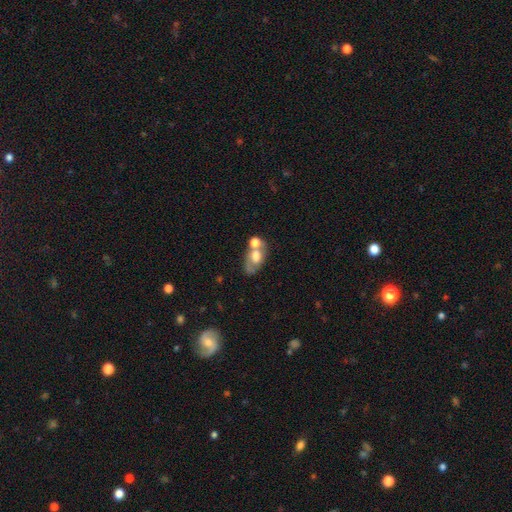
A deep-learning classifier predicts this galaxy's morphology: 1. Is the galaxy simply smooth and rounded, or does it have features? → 52% smooth, 37% featured or disk, 11% star or artifact.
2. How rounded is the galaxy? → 80% in between, 17% round, 3% cigar-shaped.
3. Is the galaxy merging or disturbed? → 39% merger, 34% none, 16% minor disturbance, 11% major disturbance.